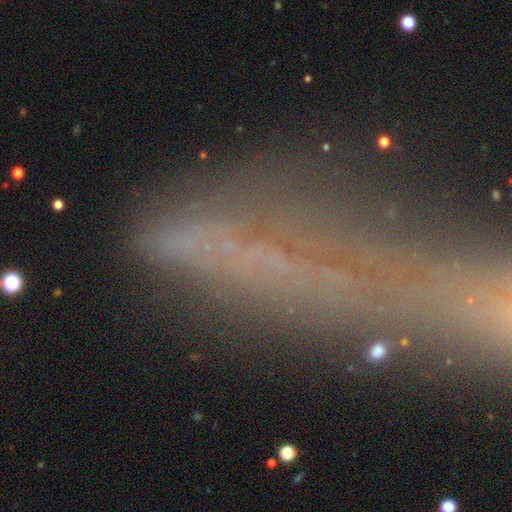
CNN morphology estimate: star or artifact 39%, featured or disk 37%, smooth 25%.